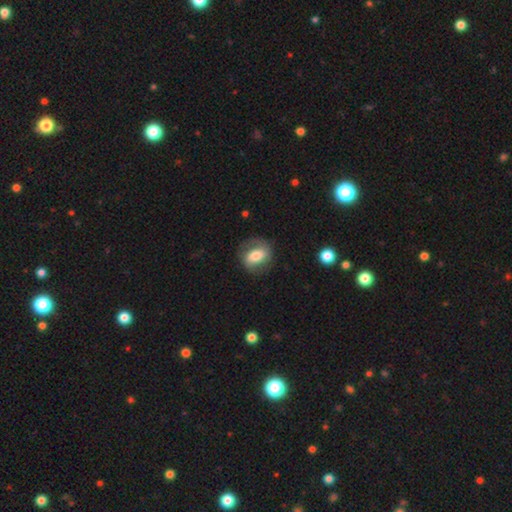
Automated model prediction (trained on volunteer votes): A smooth galaxy with no disk features (54%) that is in between round and cigar-shaped (61%). Merging: none (73%).